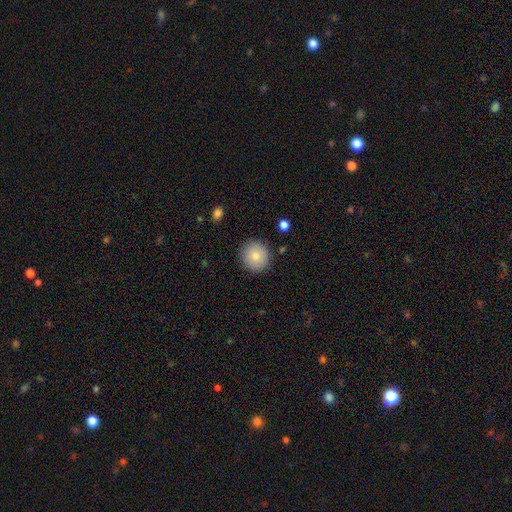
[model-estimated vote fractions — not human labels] Q: Smooth or featured?
A: smooth (83%); runner-up: featured or disk (9%)
Q: How rounded?
A: round (92%); runner-up: in between (7%)
Q: Merging?
A: none (88%); runner-up: minor disturbance (8%)